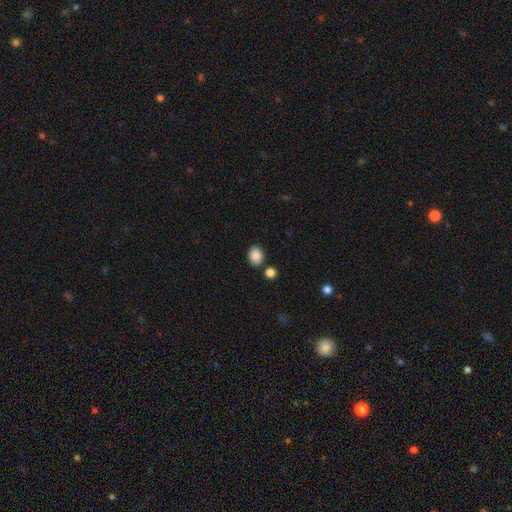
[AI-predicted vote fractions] Smooth or featured?
  - smooth: 88% *
  - star or artifact: 8%
  - featured or disk: 4%
How rounded?
  - in between: 61% *
  - round: 38%
  - cigar-shaped: 1%
Merging?
  - none: 80% *
  - minor disturbance: 10%
  - merger: 7%
  - major disturbance: 3%